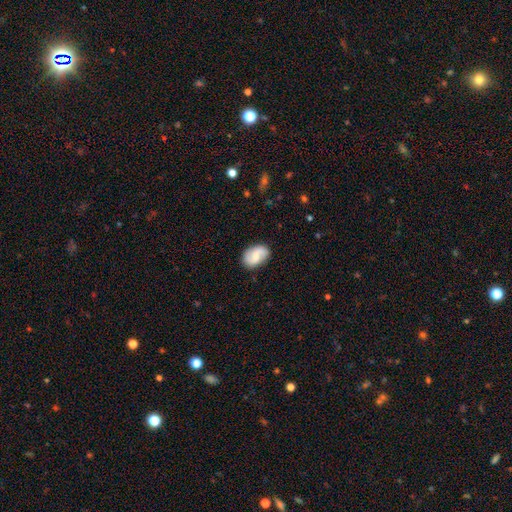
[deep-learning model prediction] smooth-or-featured: featured or disk: 58% | smooth: 35% | star or artifact: 7%
  disk-edge-on: no: 97% | yes: 3%
    bar: weak: 47% | no: 42% | strong: 11%
    has-spiral-arms: yes: 91% | no: 9%
      spiral-winding: loose: 46% | medium: 37% | tight: 17%
      spiral-arm-count: 2: 88% | can't tell: 6% | 1: 3% | 3: 1% | 4: 1% | more than 4: 1%
    bulge-size: small: 40% (tied) | moderate: 40% (tied) | none: 14% | large: 5% | dominant: 2%
  merging: none: 82% | minor disturbance: 14% | major disturbance: 3% | merger: 1%